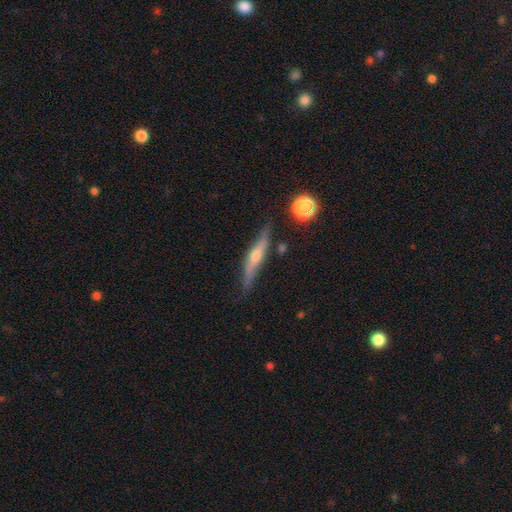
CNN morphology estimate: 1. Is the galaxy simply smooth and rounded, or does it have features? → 71% featured or disk, 21% smooth, 8% star or artifact.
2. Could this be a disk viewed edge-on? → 95% yes, 5% no.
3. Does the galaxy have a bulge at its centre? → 85% rounded, 10% none, 6% boxy.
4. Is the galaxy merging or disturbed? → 82% none, 12% minor disturbance, 3% merger, 3% major disturbance.